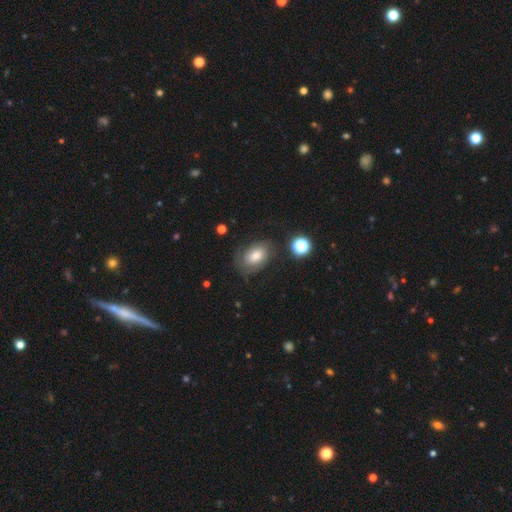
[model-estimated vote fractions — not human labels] Smooth or featured?
  - smooth: 48% *
  - featured or disk: 41%
  - star or artifact: 12%
Merging?
  - none: 68% *
  - minor disturbance: 20%
  - major disturbance: 10%
  - merger: 2%